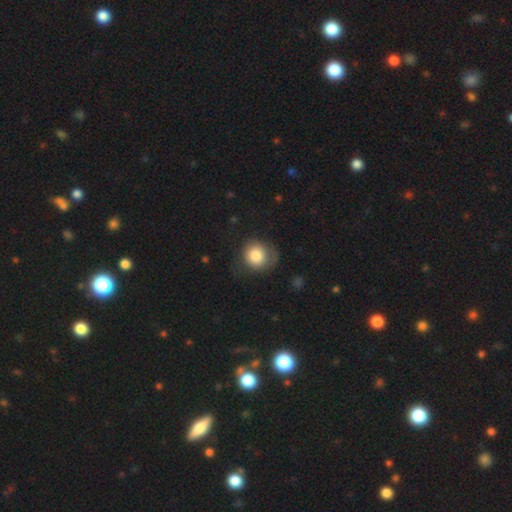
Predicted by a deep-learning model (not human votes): A smooth galaxy with no disk features (81%) that is round (85%). Merging: none (61%).